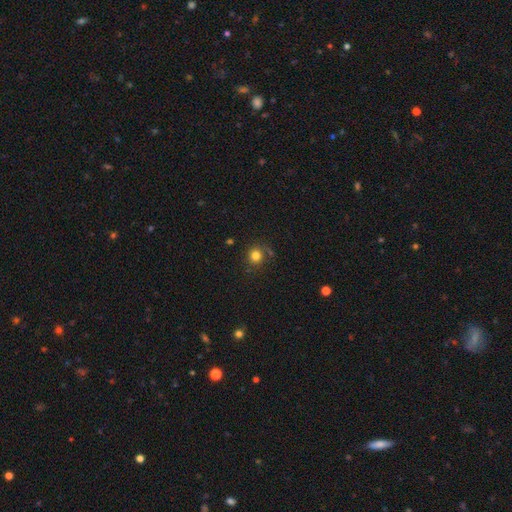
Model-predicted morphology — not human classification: A smooth galaxy with no disk features (80%) that is round (88%).

Vote fractions:
- Smooth or featured? smooth: 80% / star or artifact: 13% / featured or disk: 7%
- How rounded? round: 88% / in between: 11% / cigar-shaped: 1%
- Merging? none: 76% / minor disturbance: 13% / major disturbance: 6% / merger: 5%